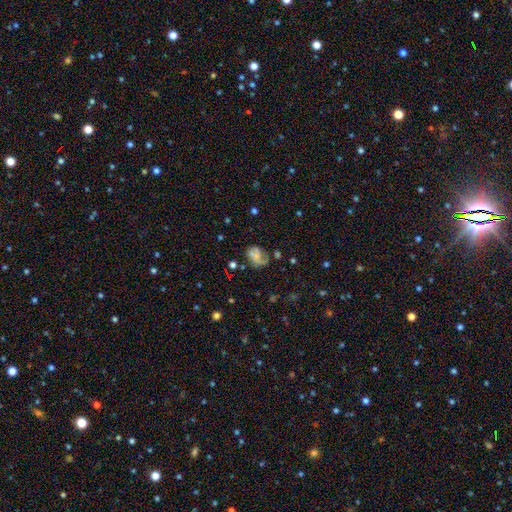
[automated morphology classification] This is marginally a smooth galaxy (45%). Merging: marginally none (42%).